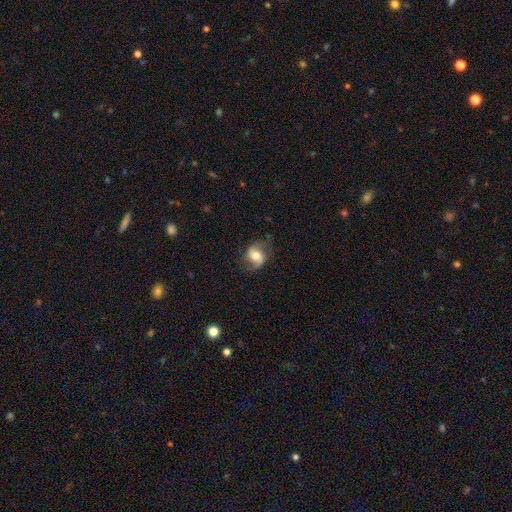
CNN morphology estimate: Smooth or featured: featured or disk — 57% (smooth — 35%)
Edge-on disk: no — 96% (yes — 4%)
Bar: no — 42% (weak — 39%)
Spiral arms: yes — 87% (no — 13%)
Bulge size: moderate — 56% (large — 25%)
Merging: none — 67% (minor disturbance — 21%)